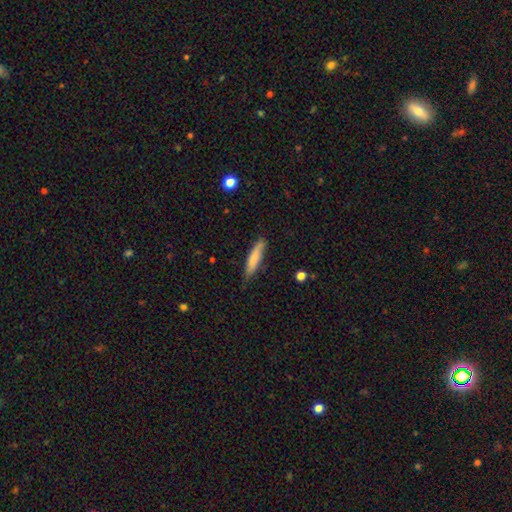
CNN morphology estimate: Overall: smooth (77%). How rounded: cigar-shaped (86%). Merging: none (81%).